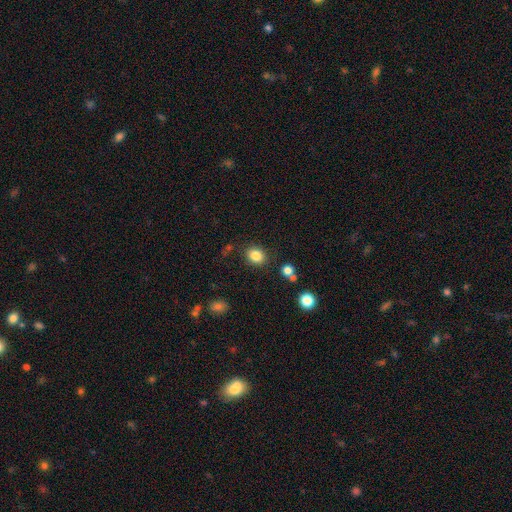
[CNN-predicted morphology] The model was most divided on "how rounded": round: 63%, in between: 36%, cigar-shaped: 1%. More confident: smooth or featured — smooth (84%); merging — none (84%).